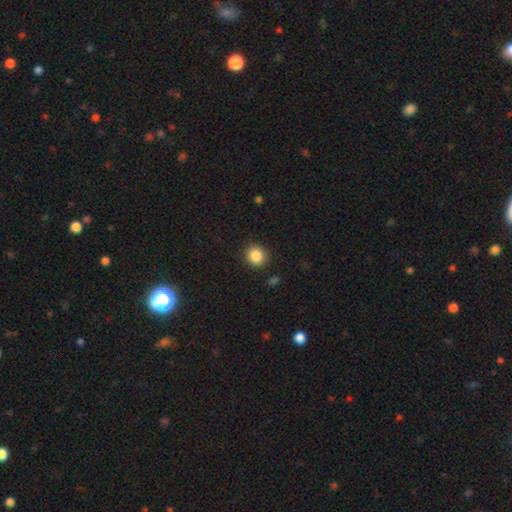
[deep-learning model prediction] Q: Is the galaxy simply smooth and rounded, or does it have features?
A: smooth — 87%.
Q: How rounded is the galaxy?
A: round — 86%.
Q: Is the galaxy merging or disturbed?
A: none — 88%.